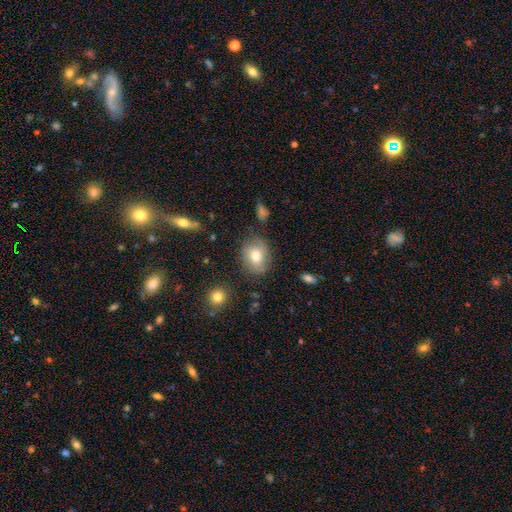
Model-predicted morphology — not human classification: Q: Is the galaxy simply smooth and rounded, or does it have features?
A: smooth — 77%.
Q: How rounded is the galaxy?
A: in between — 54%.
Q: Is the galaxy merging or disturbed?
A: none — 78%.